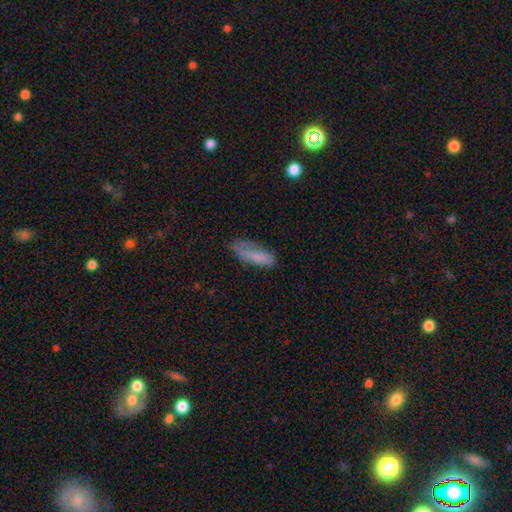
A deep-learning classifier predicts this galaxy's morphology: A smooth galaxy with no disk features (72%) that is in between round and cigar-shaped (49%, tied with cigar-shaped).

Vote fractions:
- Smooth or featured? smooth: 72% / featured or disk: 20% / star or artifact: 8%
- How rounded? in between: 49% (tied) / cigar-shaped: 49% (tied) / round: 2%
- Merging? none: 55% / minor disturbance: 29% / major disturbance: 13% / merger: 3%